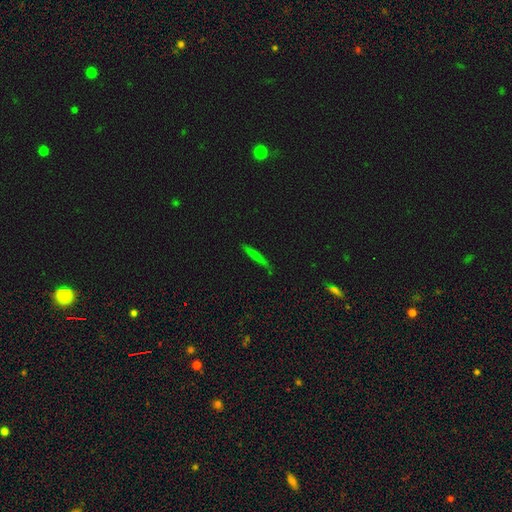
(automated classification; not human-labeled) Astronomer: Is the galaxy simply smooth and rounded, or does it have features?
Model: smooth — 67%.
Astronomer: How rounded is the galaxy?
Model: cigar-shaped — 93%.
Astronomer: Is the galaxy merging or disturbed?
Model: none — 82%.